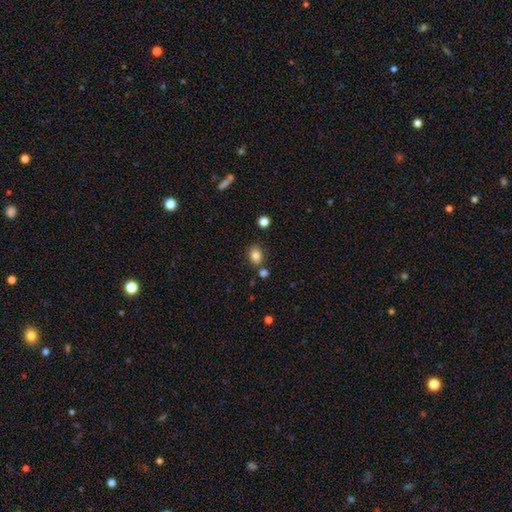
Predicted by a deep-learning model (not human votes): Smooth or featured: smooth — 83% (star or artifact — 11%)
How rounded: in between — 58% (round — 41%)
Merging: none — 78% (minor disturbance — 11%)